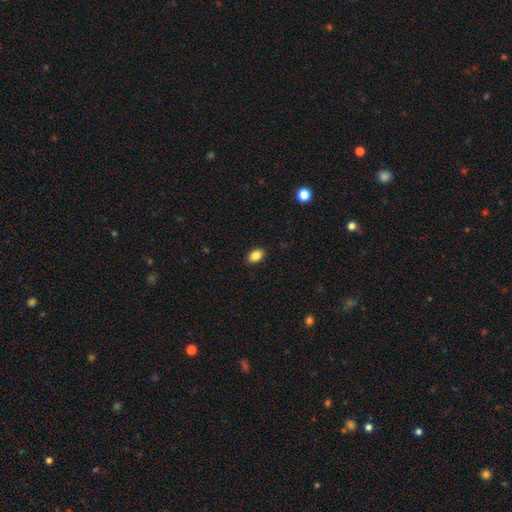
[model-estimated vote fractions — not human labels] Morphology: type=smooth (86%); roundness=in between (81%); merging=none (90%).